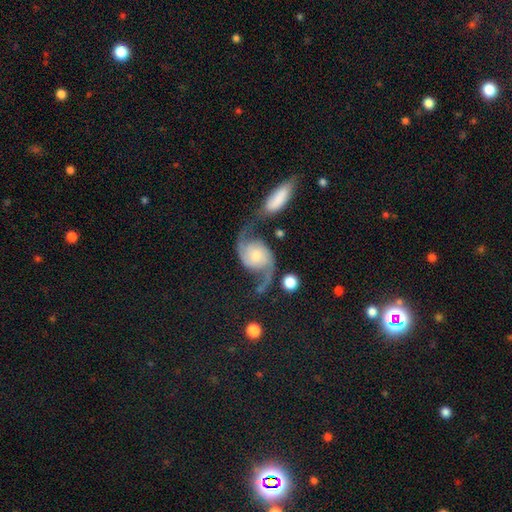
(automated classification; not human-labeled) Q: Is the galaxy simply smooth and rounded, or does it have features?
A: featured or disk — 87%.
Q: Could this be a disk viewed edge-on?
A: no — 98%.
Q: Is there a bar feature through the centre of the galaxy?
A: no — 68%.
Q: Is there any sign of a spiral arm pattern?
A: yes — 97%.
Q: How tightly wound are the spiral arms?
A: loose — 65%.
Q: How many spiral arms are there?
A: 2 — 94%.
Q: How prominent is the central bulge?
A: small — 50%.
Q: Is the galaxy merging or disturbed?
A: none — 55%.